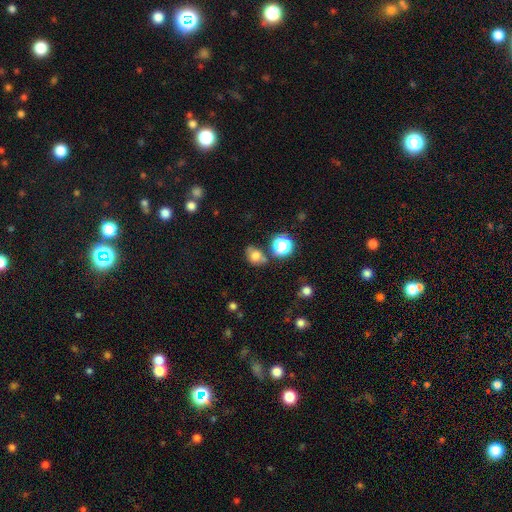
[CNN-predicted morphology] Q: Smooth or featured?
A: smooth (69%); runner-up: star or artifact (19%)
Q: How rounded?
A: round (52%); runner-up: in between (46%)
Q: Merging?
A: none (56%); runner-up: minor disturbance (21%)